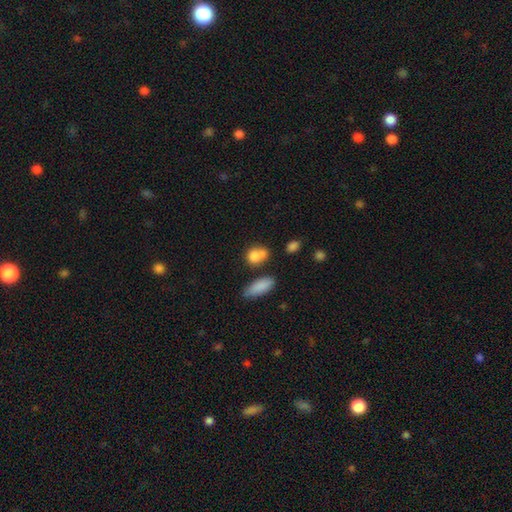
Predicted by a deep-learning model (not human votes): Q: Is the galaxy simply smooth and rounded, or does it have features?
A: smooth — 80%.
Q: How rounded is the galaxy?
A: round — 49%.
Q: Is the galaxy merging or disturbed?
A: none — 43%.